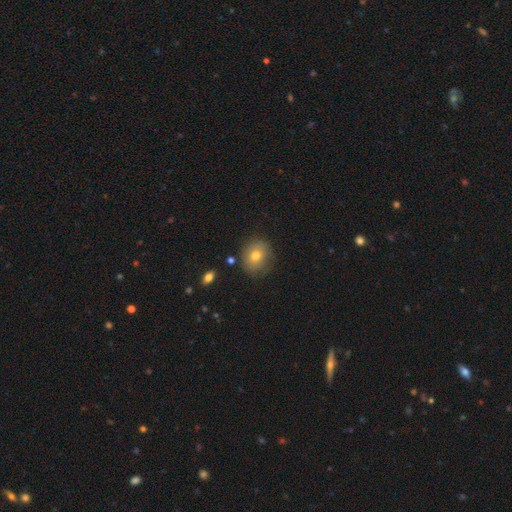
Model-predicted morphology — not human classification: Smooth or featured? smooth (73%)
How rounded? round (75%)
Merging? none (78%)